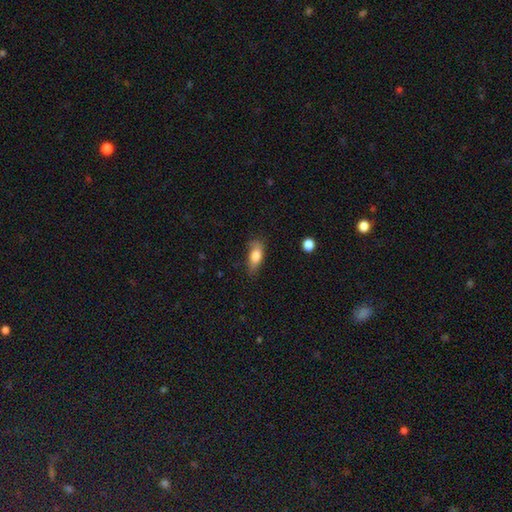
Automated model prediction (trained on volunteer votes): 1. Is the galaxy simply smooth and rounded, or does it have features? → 76% smooth, 17% featured or disk, 8% star or artifact.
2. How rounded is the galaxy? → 77% in between, 17% cigar-shaped, 5% round.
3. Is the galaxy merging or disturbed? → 59% none, 31% minor disturbance, 8% major disturbance, 2% merger.